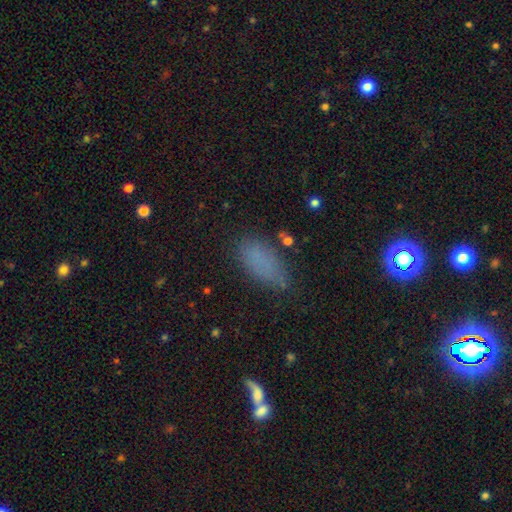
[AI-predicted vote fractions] smooth 77%, star or artifact 15%, featured or disk 9%. Down the decision tree: how rounded — in between (88%); merging — none (66%).